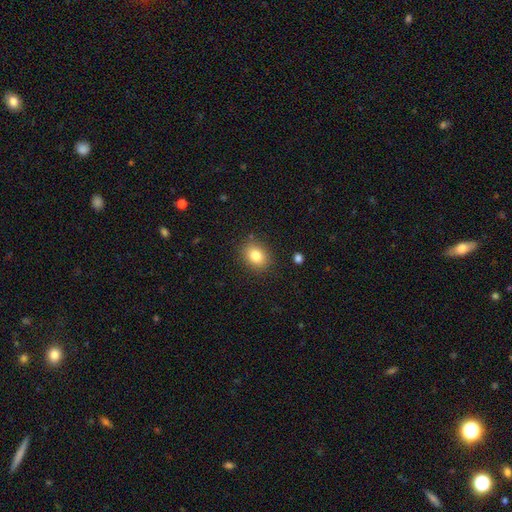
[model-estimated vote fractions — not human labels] This appears to be a smooth galaxy with no disk features (83%) that is in between round and cigar-shaped (57%). Merging: none (86%).